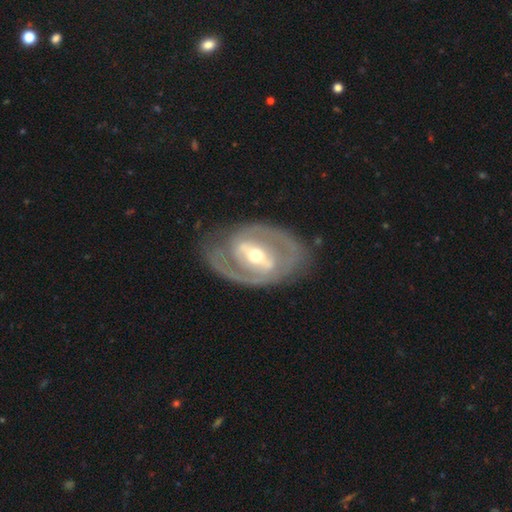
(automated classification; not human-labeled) Overall: featured or disk (84%). Edge-on disk: no (94%). Bar: strong (54%; weak 30%). Spiral arms: yes (76%). Spiral arm count: 2 (75%). Spiral winding: tight (47%; medium 39%). Bulge size: moderate (62%; small 31%). Merging: none (73%).